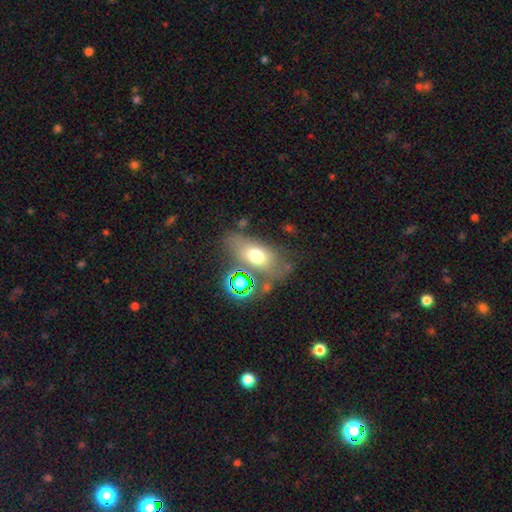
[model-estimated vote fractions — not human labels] Overall: smooth (62%; featured or disk 24%). How rounded: in between (77%). Merging: none (60%).